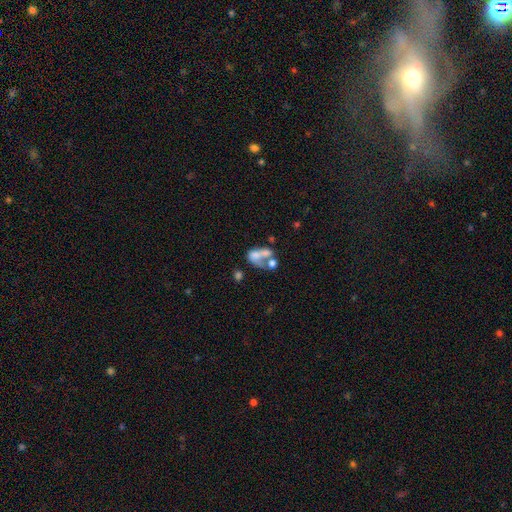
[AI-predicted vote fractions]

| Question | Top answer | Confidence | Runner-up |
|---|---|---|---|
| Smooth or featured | smooth | 49% | featured or disk (38%) |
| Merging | merger | 57% | major disturbance (21%) |